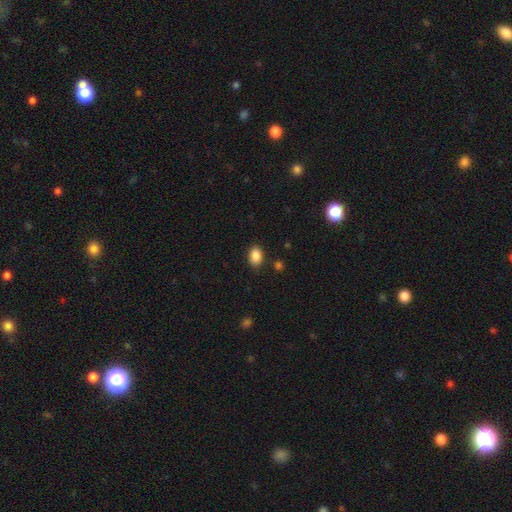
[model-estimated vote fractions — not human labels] A smooth galaxy with no disk features (87%) that is in between round and cigar-shaped (80%).

Vote fractions:
- Smooth or featured? smooth: 87% / star or artifact: 9% / featured or disk: 4%
- How rounded? in between: 80% / round: 19% / cigar-shaped: 1%
- Merging? none: 86% / minor disturbance: 10% / major disturbance: 3% / merger: 2%